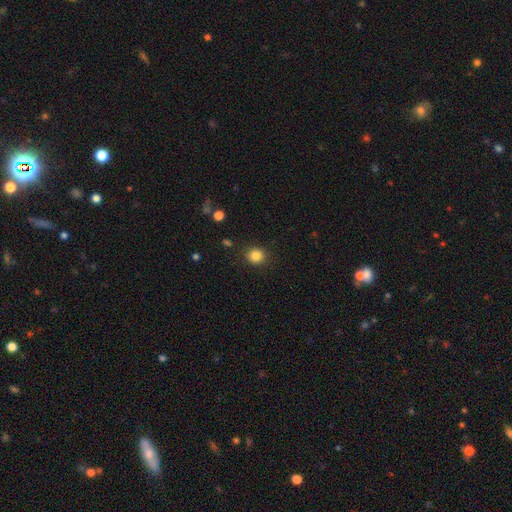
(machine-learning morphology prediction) A smooth galaxy with no disk features (85%) that is round (87%). Merging: none (89%).